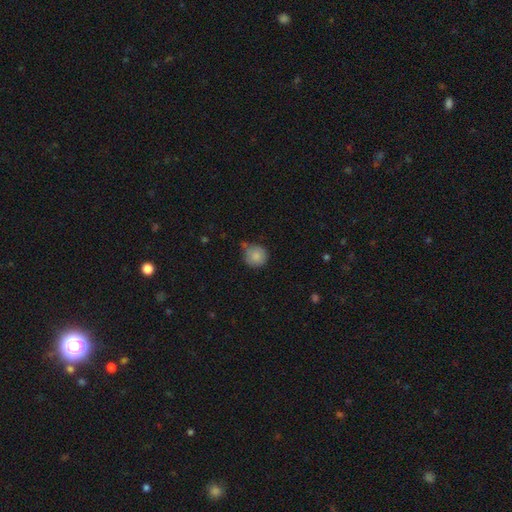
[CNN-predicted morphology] This appears to be a smooth galaxy with no disk features (85%) that is round (92%). Merging: none (65%).